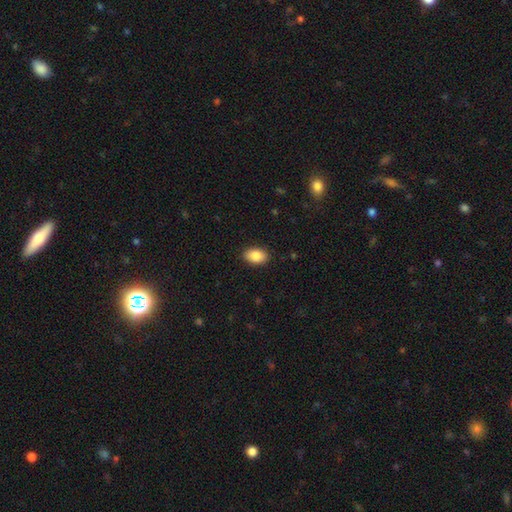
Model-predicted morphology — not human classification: The model was most divided on "smooth or featured": smooth: 88%, star or artifact: 7%, featured or disk: 5%. More confident: how rounded — in between (90%); merging — none (89%).